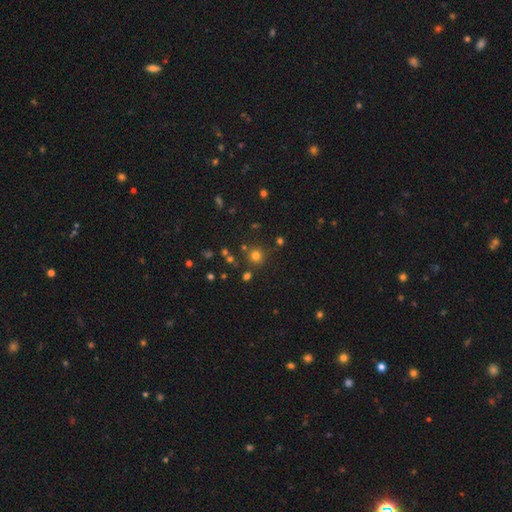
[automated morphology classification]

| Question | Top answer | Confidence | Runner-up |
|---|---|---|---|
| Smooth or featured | smooth | 73% | star or artifact (21%) |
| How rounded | round | 93% | in between (6%) |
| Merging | none | 82% | minor disturbance (8%) |